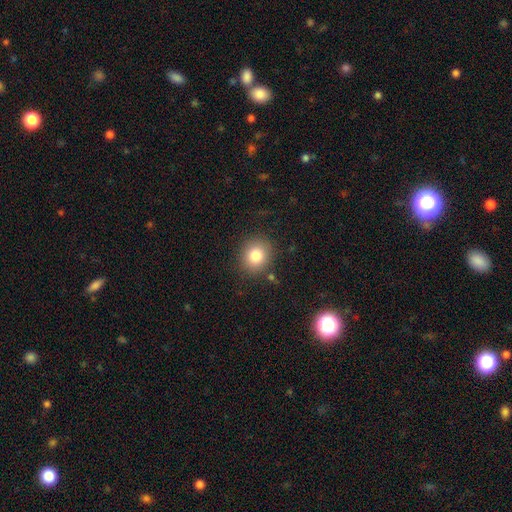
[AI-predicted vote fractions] smooth_or_featured: smooth (p=0.81) [alt: star or artifact p=0.11]
how_rounded: round (p=0.77) [alt: in between p=0.22]
merging: none (p=0.86) [alt: minor disturbance p=0.09]